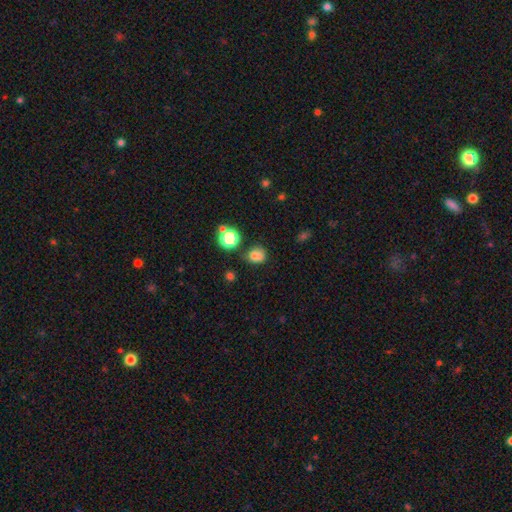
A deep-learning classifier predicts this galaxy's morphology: smooth_or_featured: smooth (p=0.77) [alt: star or artifact p=0.17]
how_rounded: round (p=0.60) [alt: in between p=0.38]
merging: none (p=0.66) [alt: minor disturbance p=0.18]